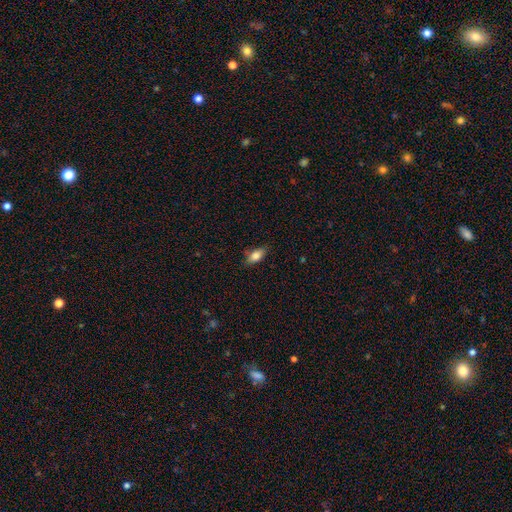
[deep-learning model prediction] smooth-or-featured: smooth: 81% | featured or disk: 11% | star or artifact: 8%
  how-rounded: in between: 86% | cigar-shaped: 9% | round: 5%
  merging: none: 78% | minor disturbance: 17% | major disturbance: 3% | merger: 2%